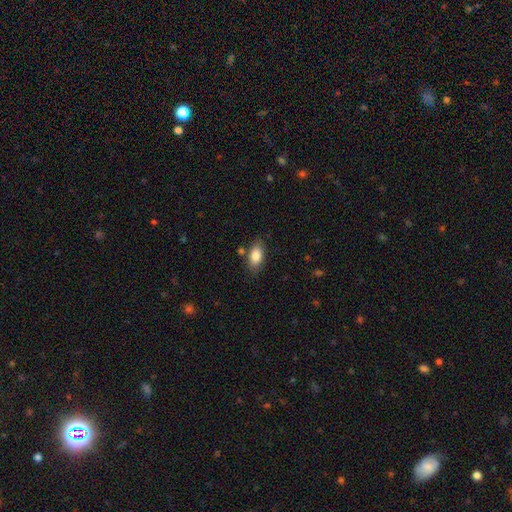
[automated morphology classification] This appears to be a smooth galaxy with no disk features (84%) that is in between round and cigar-shaped (90%). Merging: none (77%).